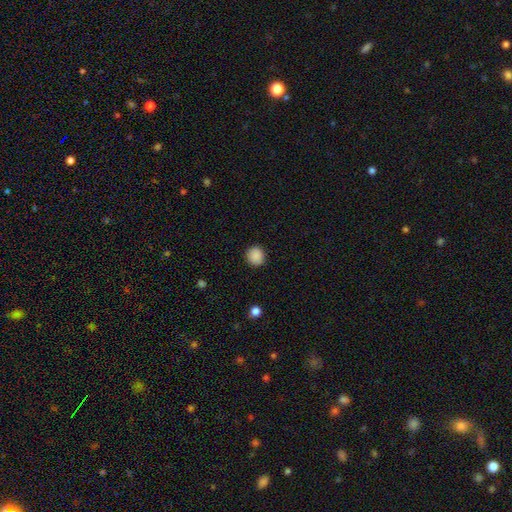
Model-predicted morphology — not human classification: This appears to be a smooth galaxy with no disk features (89%) that is round (84%). Merging: none (90%).